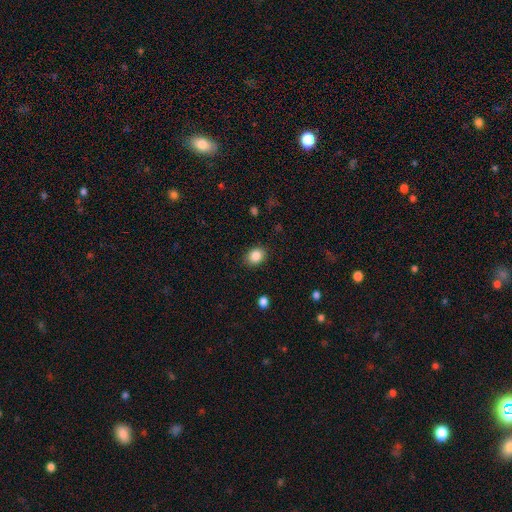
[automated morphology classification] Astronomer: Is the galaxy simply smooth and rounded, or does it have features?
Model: smooth — 86%.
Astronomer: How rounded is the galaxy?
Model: in between — 52% (runner-up: round, 47%).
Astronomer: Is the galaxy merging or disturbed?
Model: none — 87%.